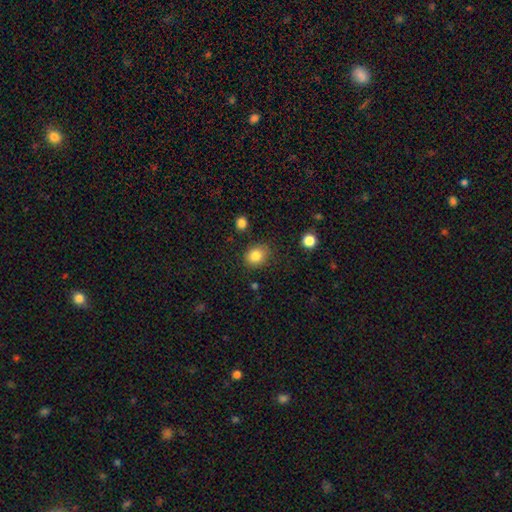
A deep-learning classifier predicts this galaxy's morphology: Smooth or featured? Predicted: smooth (p=0.84). How rounded? Predicted: round (p=0.64). Merging? Predicted: none (p=0.80).